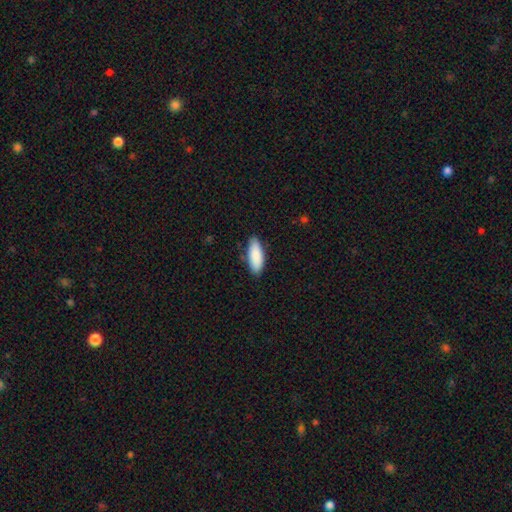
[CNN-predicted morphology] type=smooth (88%); roundness=in between (75%); merging=none (84%).